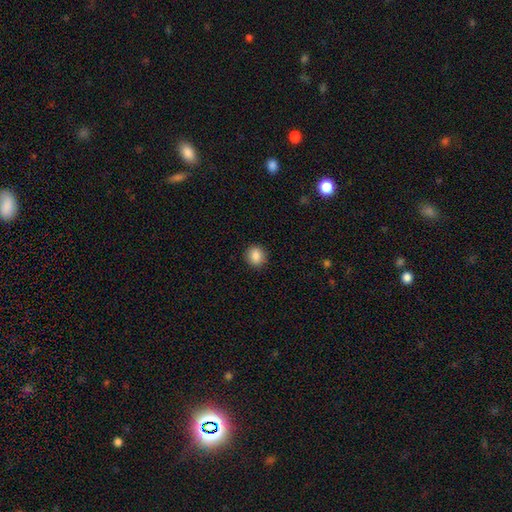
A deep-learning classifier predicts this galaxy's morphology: This is clearly a smooth galaxy (87%). How rounded: likely round (78%). Merging: clearly none (90%).